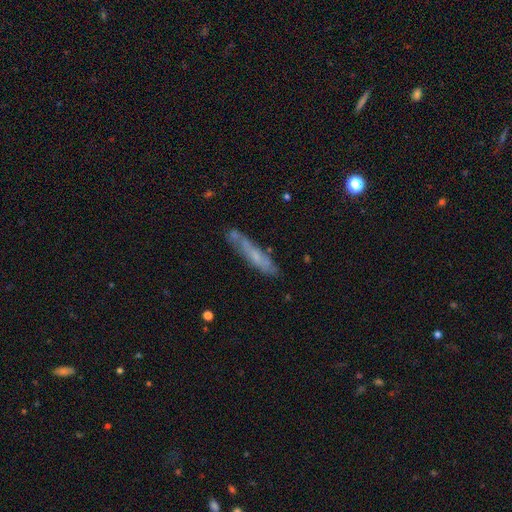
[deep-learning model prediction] Smooth or featured?
  - smooth: 49% *
  - featured or disk: 44%
  - star or artifact: 7%
Merging?
  - none: 68% *
  - minor disturbance: 20%
  - merger: 8%
  - major disturbance: 5%